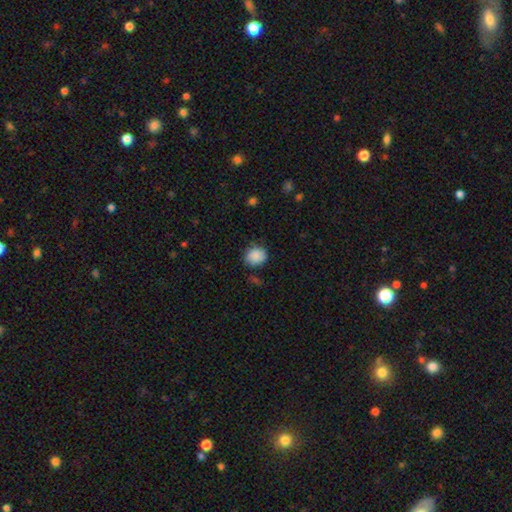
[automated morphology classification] smooth 87%, star or artifact 8%, featured or disk 4%. Down the decision tree: how rounded — round (74%); merging — none (75%).